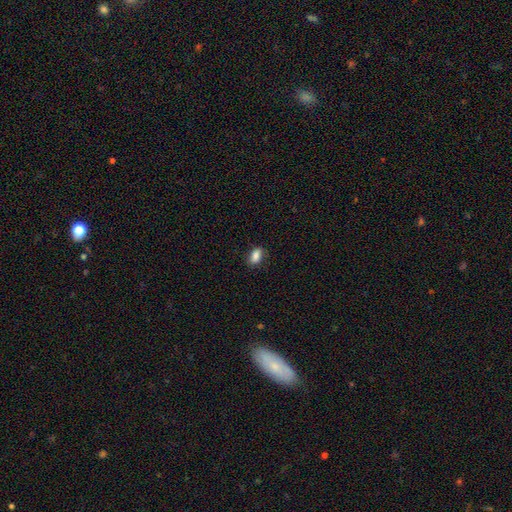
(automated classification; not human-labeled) Smooth or featured? Predicted: smooth (p=0.86). How rounded? Predicted: in between (p=0.87). Merging? Predicted: none (p=0.82).